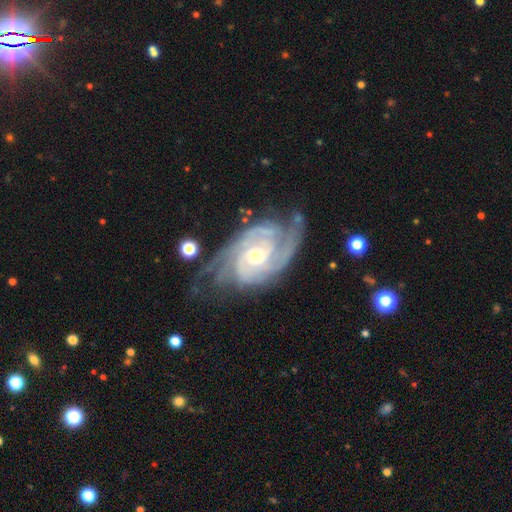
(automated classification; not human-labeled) featured or disk 91%, star or artifact 5%, smooth 4%. Down the decision tree: edge-on disk — no (97%); bar — no (62%); spiral arms — yes (98%); spiral arm count — 2 (38%); spiral winding — tight (61%); bulge size — small (60%); merging — none (65%).